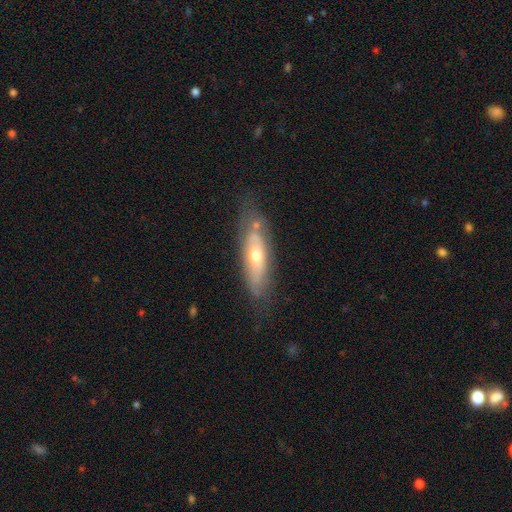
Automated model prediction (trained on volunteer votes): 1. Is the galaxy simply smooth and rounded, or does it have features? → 57% featured or disk, 35% smooth, 8% star or artifact.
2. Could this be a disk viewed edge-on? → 58% no, 42% yes.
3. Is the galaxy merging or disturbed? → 70% none, 20% minor disturbance, 6% major disturbance, 5% merger.